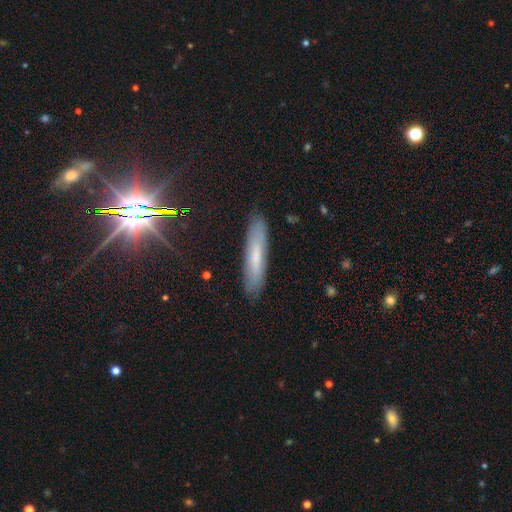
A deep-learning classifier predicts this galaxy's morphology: Overall: smooth (54%; featured or disk 33%). How rounded: cigar-shaped (87%). Merging: none (85%).